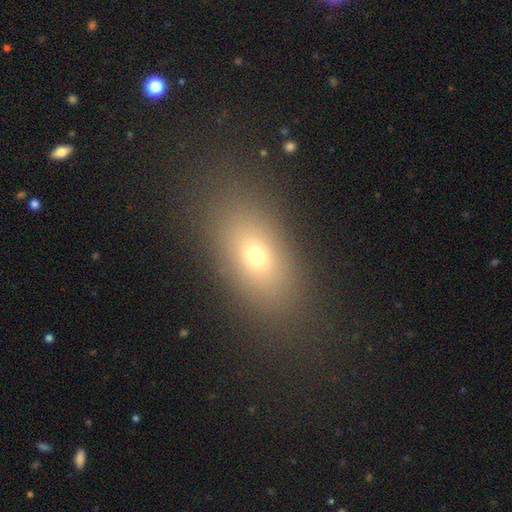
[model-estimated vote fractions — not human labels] A smooth galaxy with no disk features (72%) that is in between round and cigar-shaped (82%).

Vote fractions:
- Smooth or featured? smooth: 72% / featured or disk: 14% / star or artifact: 13%
- How rounded? in between: 82% / round: 12% / cigar-shaped: 6%
- Merging? none: 80% / minor disturbance: 11% / major disturbance: 7% / merger: 2%